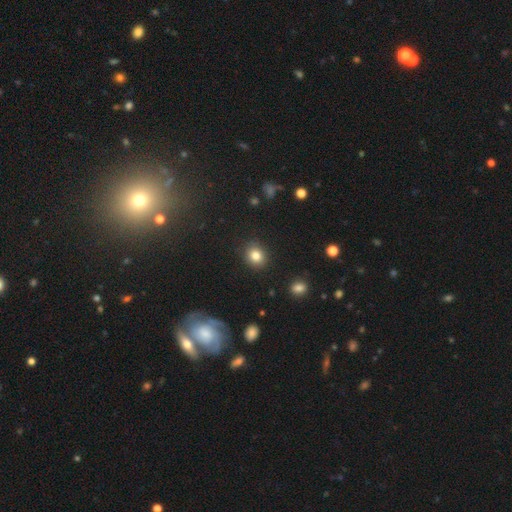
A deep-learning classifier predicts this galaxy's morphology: A smooth galaxy with no disk features (82%) that is round (78%).

Vote fractions:
- Smooth or featured? smooth: 82% / star or artifact: 11% / featured or disk: 7%
- How rounded? round: 78% / in between: 21% / cigar-shaped: 1%
- Merging? none: 89% / minor disturbance: 7% / major disturbance: 2% / merger: 1%